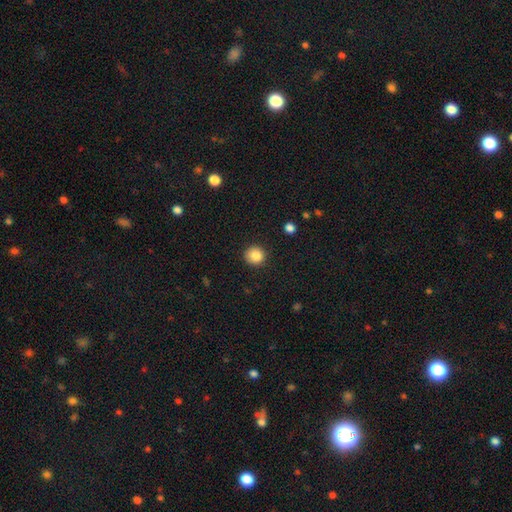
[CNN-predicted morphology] smooth 85%, star or artifact 10%, featured or disk 5%. Down the decision tree: how rounded — round (93%); merging — none (89%).